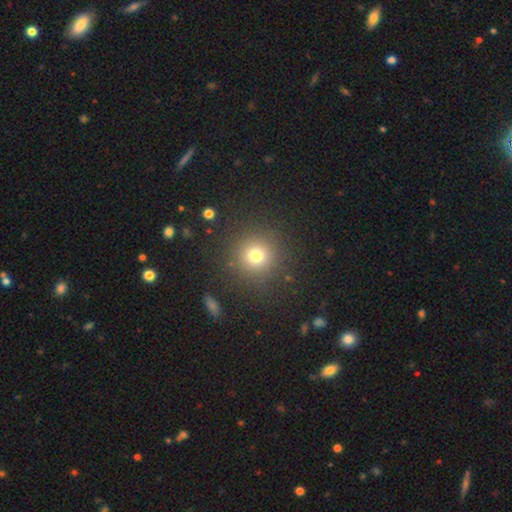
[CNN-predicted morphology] Q: Smooth or featured?
A: smooth (74%); runner-up: star or artifact (18%)
Q: How rounded?
A: round (94%); runner-up: in between (5%)
Q: Merging?
A: none (88%); runner-up: minor disturbance (7%)